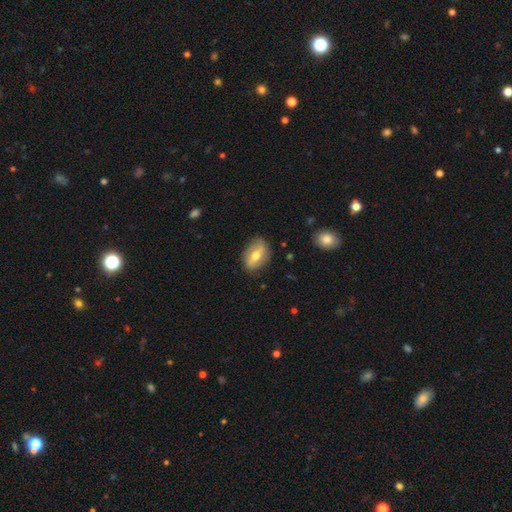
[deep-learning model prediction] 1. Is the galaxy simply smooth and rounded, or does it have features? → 48% smooth, 45% featured or disk, 7% star or artifact.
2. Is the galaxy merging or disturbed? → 78% none, 16% minor disturbance, 4% major disturbance, 1% merger.